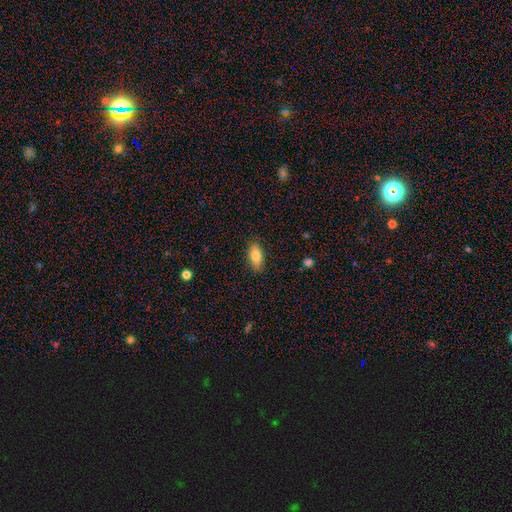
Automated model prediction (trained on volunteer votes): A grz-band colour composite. It shows a smooth galaxy with no disk features (80%) that is in between round and cigar-shaped (86%). Merging: none (87%).